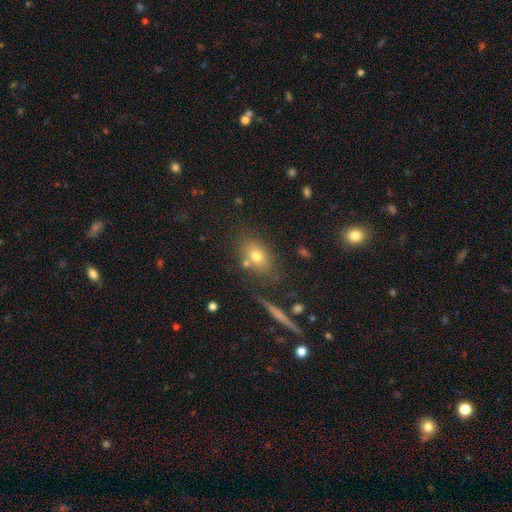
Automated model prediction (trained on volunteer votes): Smooth or featured: smooth — 67% (star or artifact — 17%)
How rounded: in between — 62% (round — 34%)
Merging: none — 74% (minor disturbance — 12%)